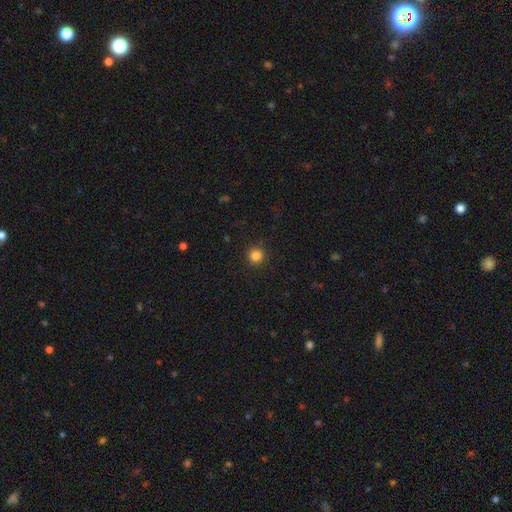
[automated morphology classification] Smooth or featured: smooth — 84% (star or artifact — 12%)
How rounded: round — 95% (in between — 4%)
Merging: none — 91% (minor disturbance — 6%)